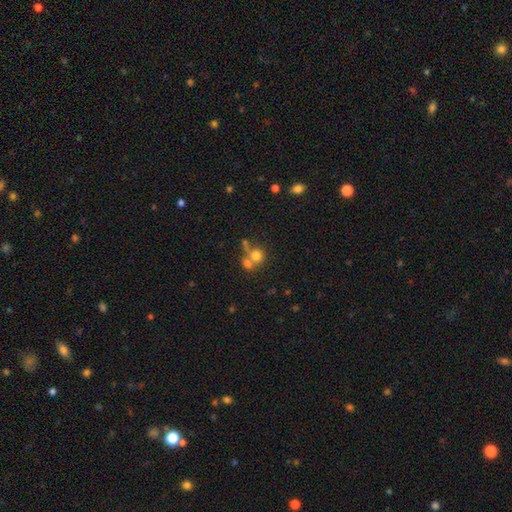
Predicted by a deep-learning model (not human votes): This is likely a smooth galaxy (72%). How rounded: clearly round (83%). Merging: possibly merger (49%).